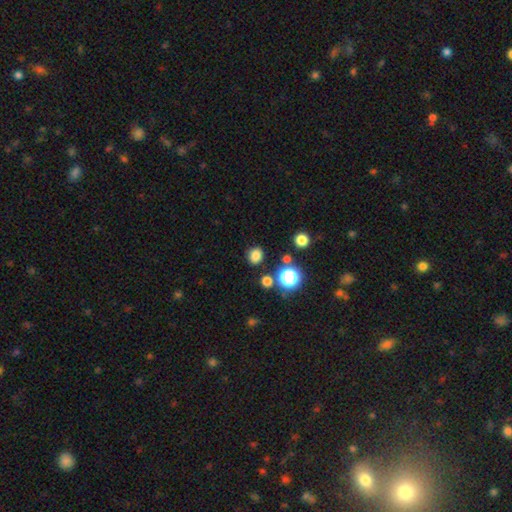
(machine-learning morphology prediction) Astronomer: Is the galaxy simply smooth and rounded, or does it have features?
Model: smooth — 79%.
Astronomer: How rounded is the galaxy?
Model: round — 75%.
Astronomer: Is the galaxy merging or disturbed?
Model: none — 85%.